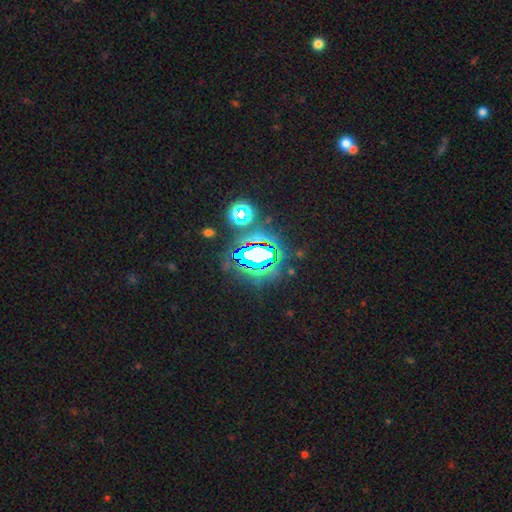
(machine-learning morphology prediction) Overall: star or artifact (70%).